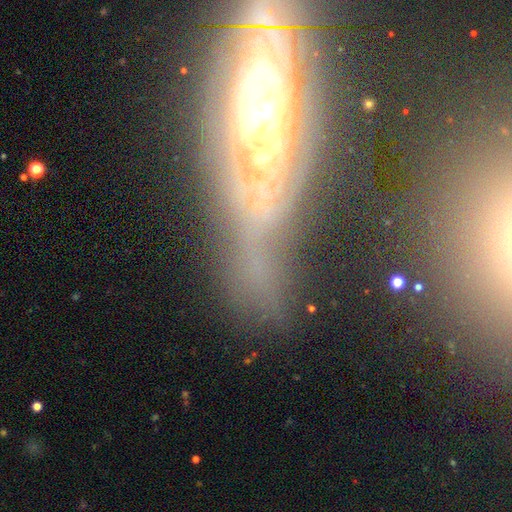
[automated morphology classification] A featured or disk galaxy (77%) with no bar (75%), spiral arms (63%) and a moderate central bulge (56%).

Vote fractions:
- Smooth or featured? featured or disk: 77% / smooth: 12% / star or artifact: 11%
- Edge-on disk? no: 67% / yes: 33%
- Bar? no: 75% / weak: 15% / strong: 10%
- Spiral arms? yes: 63% / no: 37%
- Bulge size? moderate: 56% / large: 26% / small: 11% / dominant: 5% / none: 2%
- Merging? none: 61% / minor disturbance: 21% / major disturbance: 15% / merger: 4%